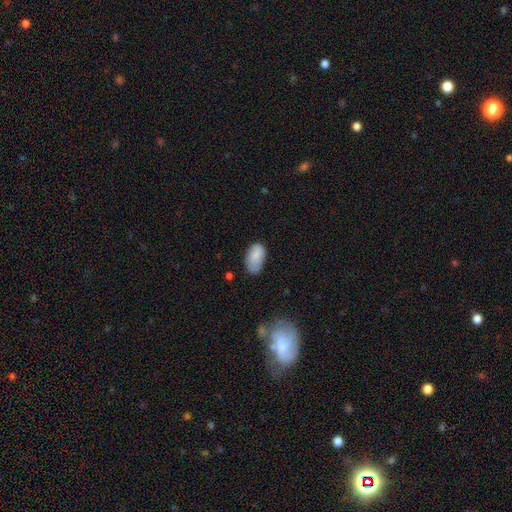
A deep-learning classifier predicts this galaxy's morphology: This is clearly a smooth galaxy (83%). How rounded: clearly in between (94%). Merging: likely none (60%).